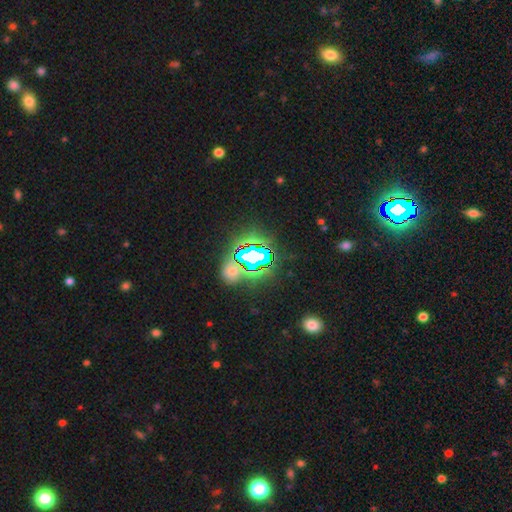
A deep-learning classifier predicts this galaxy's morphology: Q: Smooth or featured?
A: star or artifact (80%); runner-up: smooth (12%)